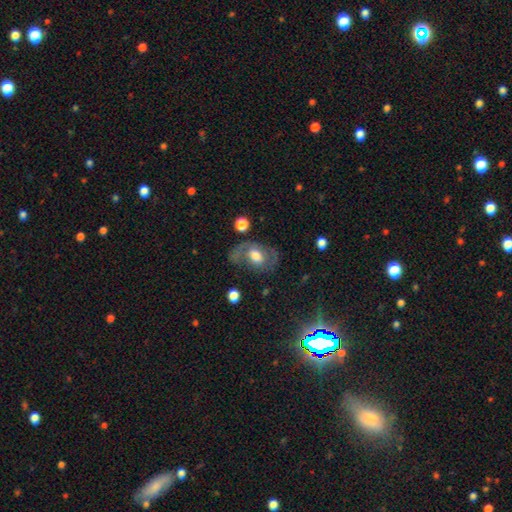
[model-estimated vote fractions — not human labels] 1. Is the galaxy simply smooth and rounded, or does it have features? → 47% featured or disk, 45% smooth, 8% star or artifact.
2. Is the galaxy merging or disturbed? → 48% none, 24% major disturbance, 23% minor disturbance, 5% merger.